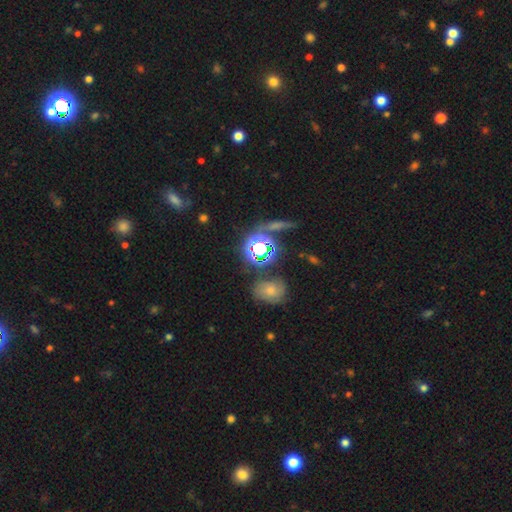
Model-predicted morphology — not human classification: Smooth or featured? Predicted: star or artifact (p=0.57).